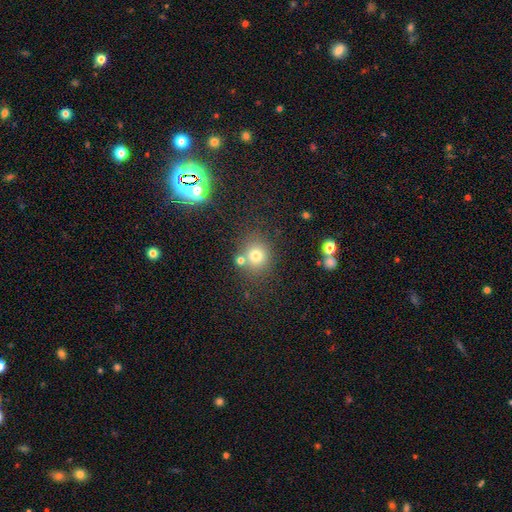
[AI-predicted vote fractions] Smooth or featured? smooth (75%)
How rounded? round (80%)
Merging? none (69%)